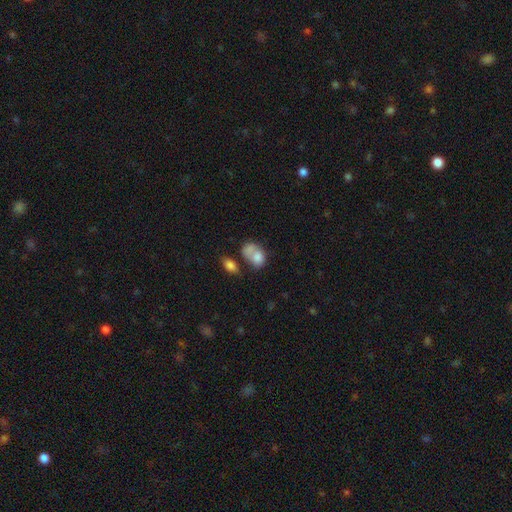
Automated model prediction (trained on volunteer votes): Morphology: type=smooth (76%); roundness=in between (69%); merging=merger (50%).